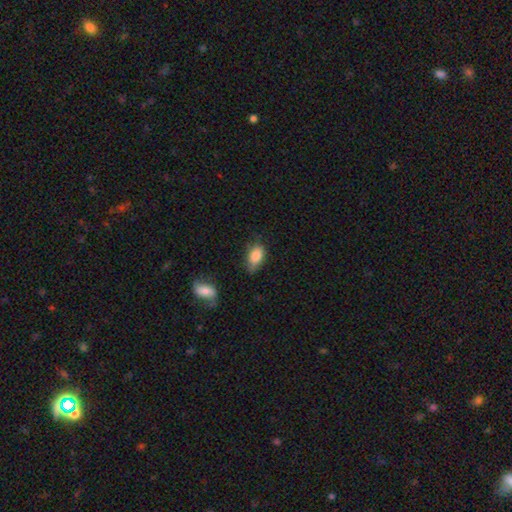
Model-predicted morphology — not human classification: smooth-or-featured: smooth: 85% | featured or disk: 8% | star or artifact: 7%
  how-rounded: in between: 92% | round: 6% | cigar-shaped: 3%
  merging: none: 55% | minor disturbance: 33% | major disturbance: 8% | merger: 4%